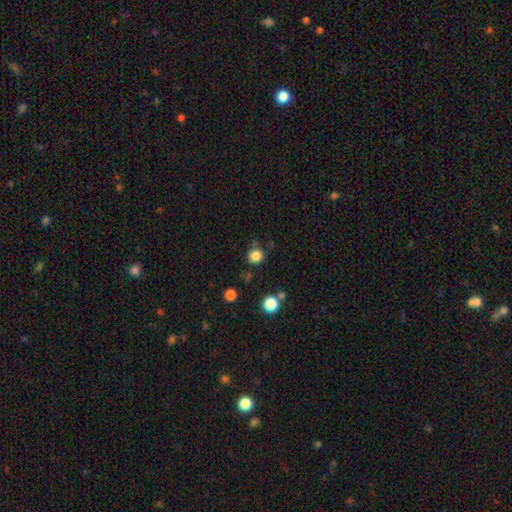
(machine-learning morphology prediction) smooth-or-featured: smooth: 83% | star or artifact: 13% | featured or disk: 4%
  how-rounded: round: 89% | in between: 10% | cigar-shaped: 1%
  merging: none: 79% | minor disturbance: 12% | merger: 5% | major disturbance: 4%